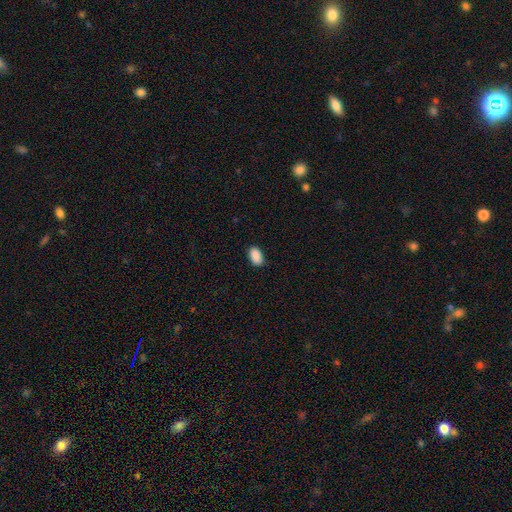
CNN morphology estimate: Smooth or featured?
  - smooth: 90% *
  - star or artifact: 7%
  - featured or disk: 3%
How rounded?
  - in between: 92% *
  - round: 6%
  - cigar-shaped: 1%
Merging?
  - none: 84% *
  - minor disturbance: 13%
  - major disturbance: 2%
  - merger: 1%